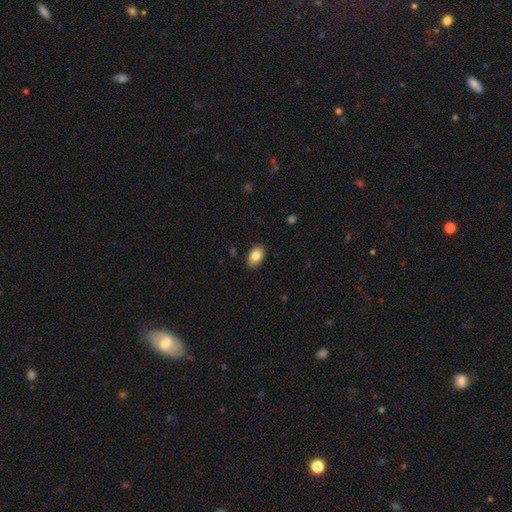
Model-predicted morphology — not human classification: A smooth galaxy with no disk features (83%) that is in between round and cigar-shaped (87%). Merging: none (87%).